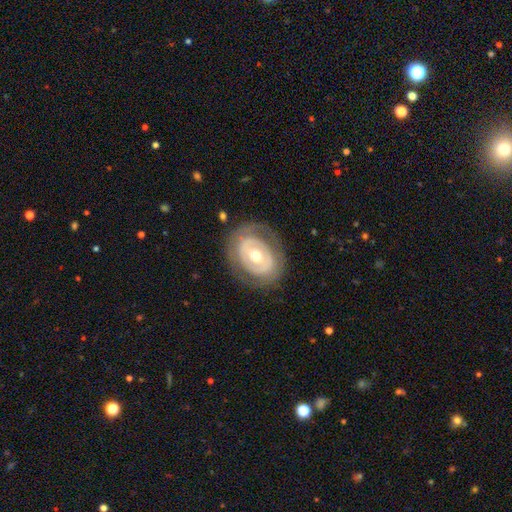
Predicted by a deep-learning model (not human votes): This appears to be a featured or disk galaxy (67%) with no bar (60%), no spiral arms (74%) and a moderate central bulge (72%). Merging: none (76%).